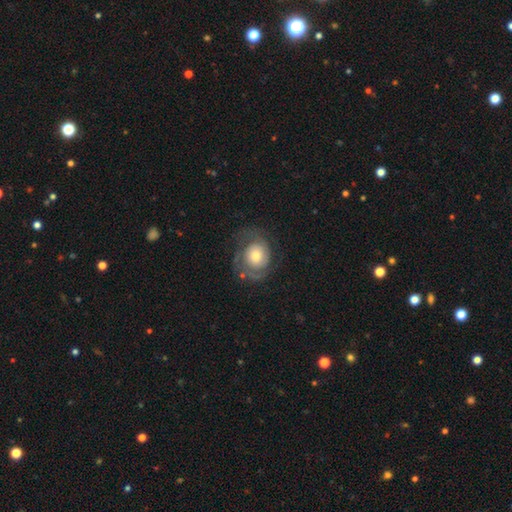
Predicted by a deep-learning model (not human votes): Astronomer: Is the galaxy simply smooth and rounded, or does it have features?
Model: featured or disk — 67%.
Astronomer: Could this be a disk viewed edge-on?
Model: no — 97%.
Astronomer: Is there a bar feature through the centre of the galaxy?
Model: no — 79%.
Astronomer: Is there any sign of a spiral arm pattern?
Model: yes — 86%.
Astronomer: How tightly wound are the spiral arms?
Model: tight — 48% (runner-up: medium, 37%).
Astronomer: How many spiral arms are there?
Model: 2 — 63%.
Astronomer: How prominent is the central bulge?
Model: moderate — 56%.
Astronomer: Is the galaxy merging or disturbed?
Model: none — 62%.